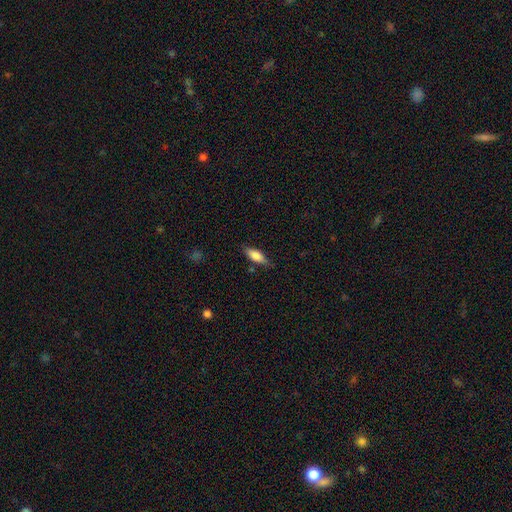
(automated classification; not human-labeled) This is likely a smooth galaxy (77%). How rounded: likely in between (68%). Merging: likely none (76%).